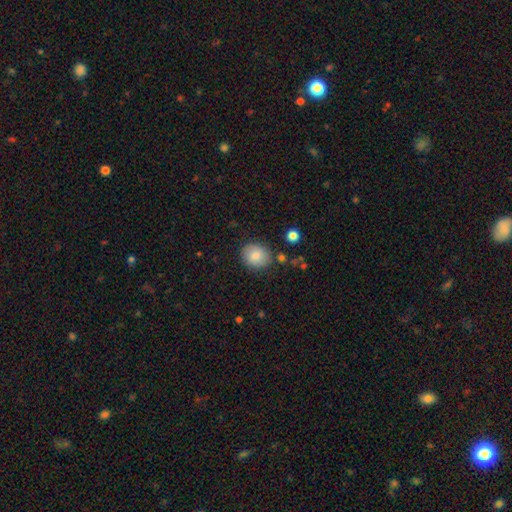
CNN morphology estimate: A smooth galaxy with no disk features (83%) that is round (76%). Merging: none (83%).